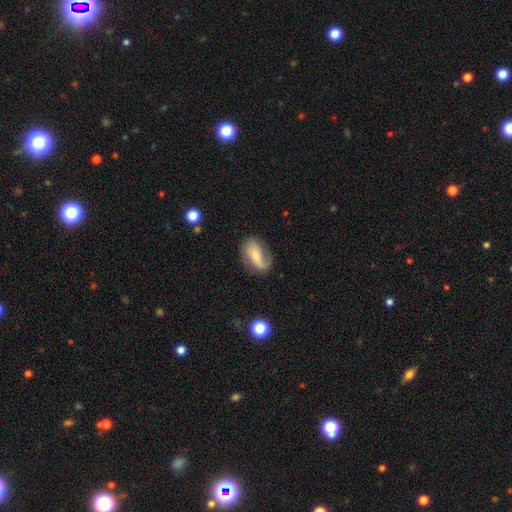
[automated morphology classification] Smooth or featured? featured or disk (48%)
Merging? none (61%)